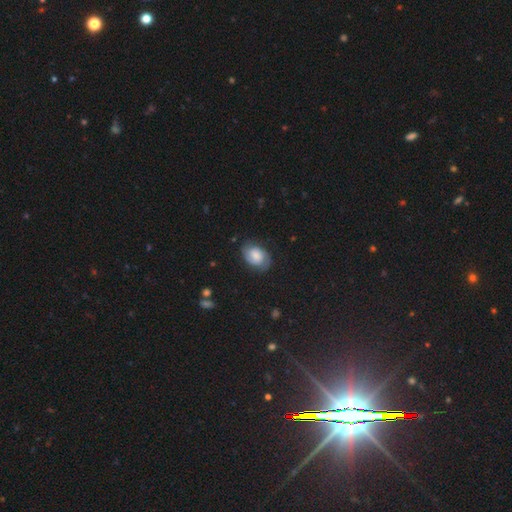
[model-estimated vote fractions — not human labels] Q: Smooth or featured?
A: featured or disk (48%); runner-up: smooth (43%)
Q: Merging?
A: none (75%); runner-up: minor disturbance (18%)